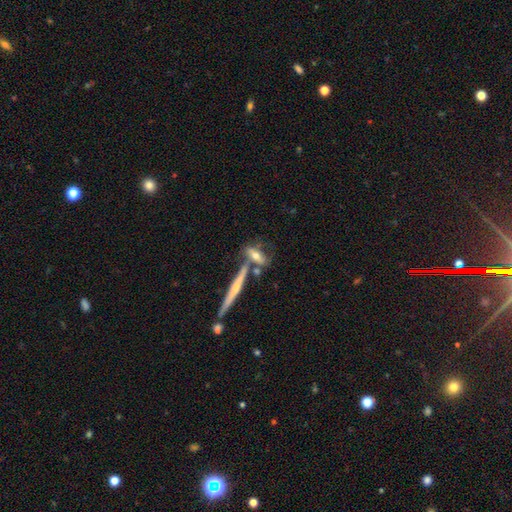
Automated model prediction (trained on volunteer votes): featured or disk 46% (tied), smooth 46% (tied), star or artifact 9%. Down the decision tree: merging — none (46%).